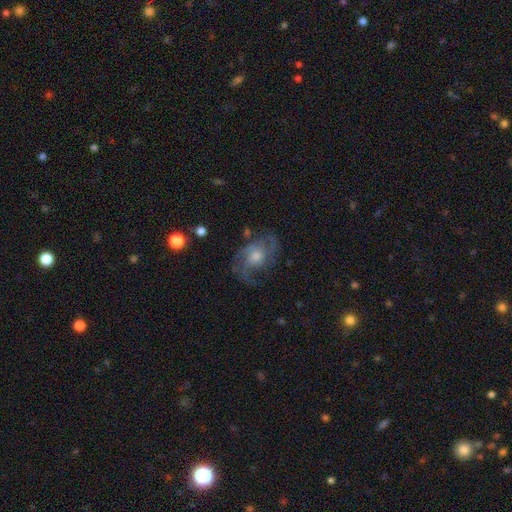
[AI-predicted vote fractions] Smooth or featured? featured or disk (77%)
Edge-on disk? no (97%)
Bar? no (73%)
Spiral arms? yes (91%)
Spiral winding? medium (50%)
Spiral arm count? 2 (32%)
Bulge size? moderate (59%)
Merging? none (68%)